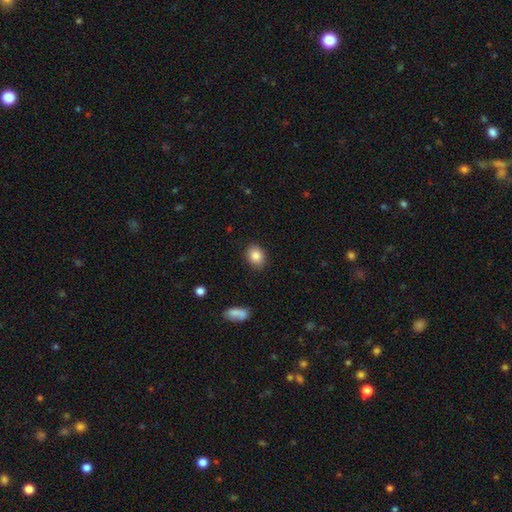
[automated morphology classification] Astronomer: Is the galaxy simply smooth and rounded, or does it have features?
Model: smooth — 85%.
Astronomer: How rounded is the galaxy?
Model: in between — 59% (runner-up: round, 40%).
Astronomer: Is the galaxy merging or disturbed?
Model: none — 87%.